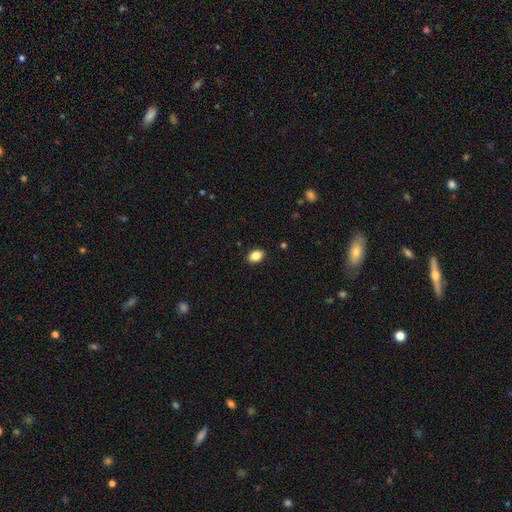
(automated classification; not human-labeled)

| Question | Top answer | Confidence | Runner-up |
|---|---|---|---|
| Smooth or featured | smooth | 86% | star or artifact (8%) |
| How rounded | in between | 83% | round (16%) |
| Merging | none | 90% | minor disturbance (8%) |